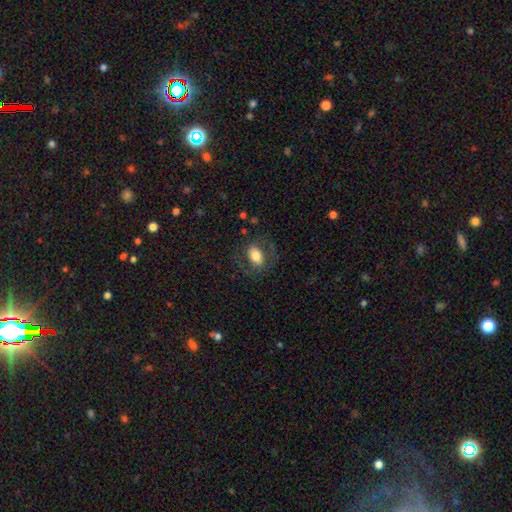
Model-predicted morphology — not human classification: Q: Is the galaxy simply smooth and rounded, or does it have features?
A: smooth — 68%.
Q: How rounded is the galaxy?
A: in between — 83%.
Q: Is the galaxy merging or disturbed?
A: none — 69%.